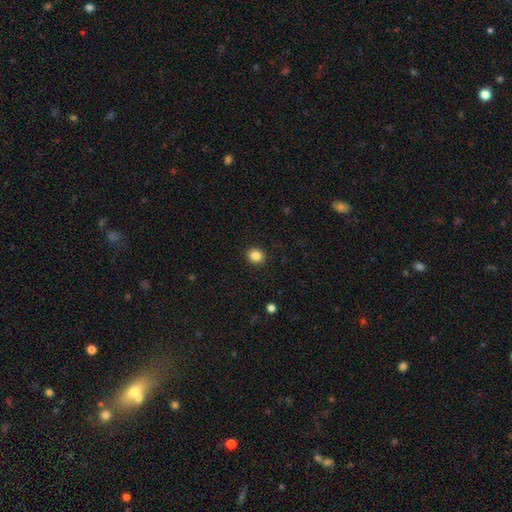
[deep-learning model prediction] A smooth galaxy with no disk features (86%) that is round (75%). Merging: none (91%).